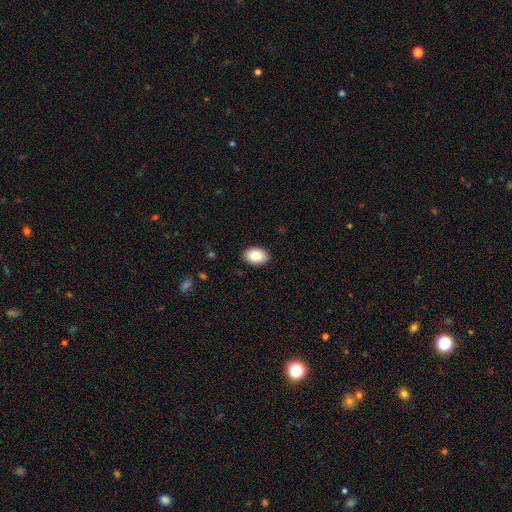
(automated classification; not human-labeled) Smooth or featured?
  - smooth: 89% *
  - star or artifact: 7%
  - featured or disk: 5%
How rounded?
  - in between: 88% *
  - round: 11%
  - cigar-shaped: 1%
Merging?
  - none: 90% *
  - minor disturbance: 7%
  - major disturbance: 2%
  - merger: 1%